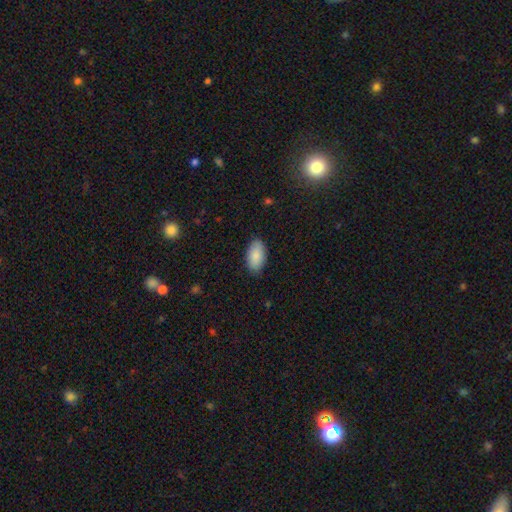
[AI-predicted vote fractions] A smooth galaxy with no disk features (88%) that is in between round and cigar-shaped (95%).

Vote fractions:
- Smooth or featured? smooth: 88% / star or artifact: 6% / featured or disk: 6%
- How rounded? in between: 95% / round: 3% / cigar-shaped: 2%
- Merging? none: 85% / minor disturbance: 12% / major disturbance: 2% / merger: 1%